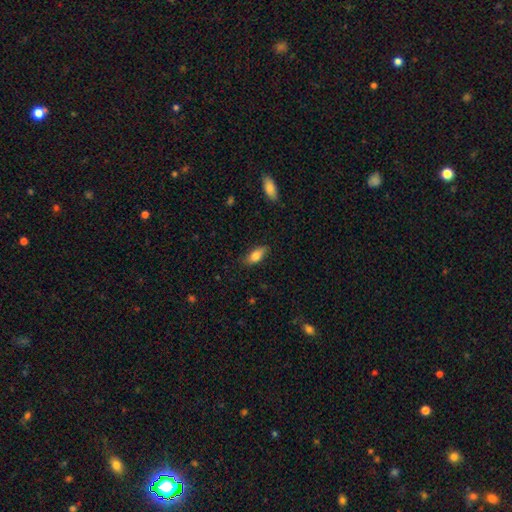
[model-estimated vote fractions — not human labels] A smooth galaxy with no disk features (81%) that is in between round and cigar-shaped (81%).

Vote fractions:
- Smooth or featured? smooth: 81% / featured or disk: 12% / star or artifact: 7%
- How rounded? in between: 81% / cigar-shaped: 16% / round: 3%
- Merging? none: 82% / minor disturbance: 14% / major disturbance: 3% / merger: 1%